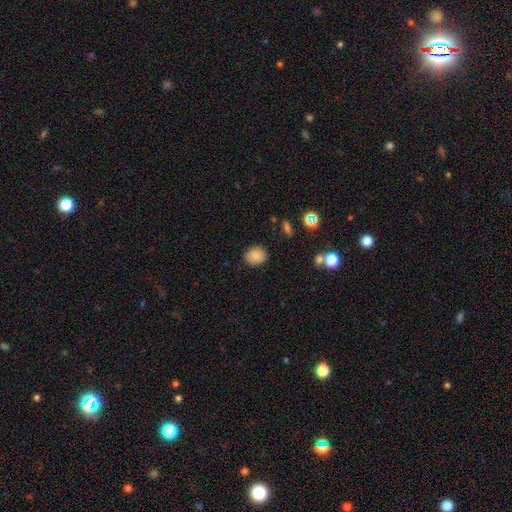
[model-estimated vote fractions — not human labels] Smooth or featured? Predicted: smooth (p=0.81). How rounded? Predicted: round (p=0.64). Merging? Predicted: none (p=0.82).